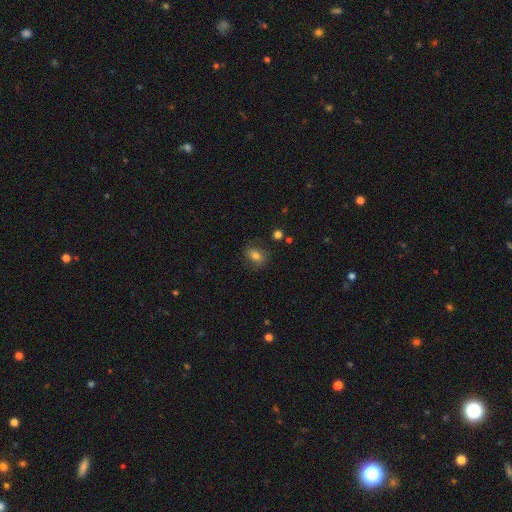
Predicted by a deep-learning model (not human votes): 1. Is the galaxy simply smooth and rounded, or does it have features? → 77% smooth, 12% star or artifact, 11% featured or disk.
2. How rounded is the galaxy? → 62% in between, 36% round, 2% cigar-shaped.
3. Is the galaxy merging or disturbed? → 80% none, 14% minor disturbance, 4% major disturbance, 2% merger.